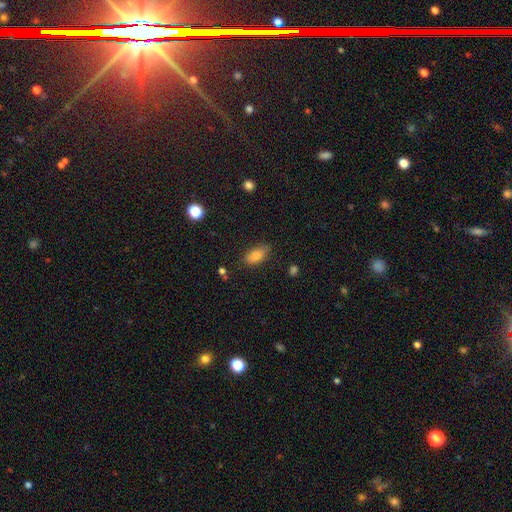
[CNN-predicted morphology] This is clearly a smooth galaxy (83%). How rounded: clearly in between (87%). Merging: likely none (78%).